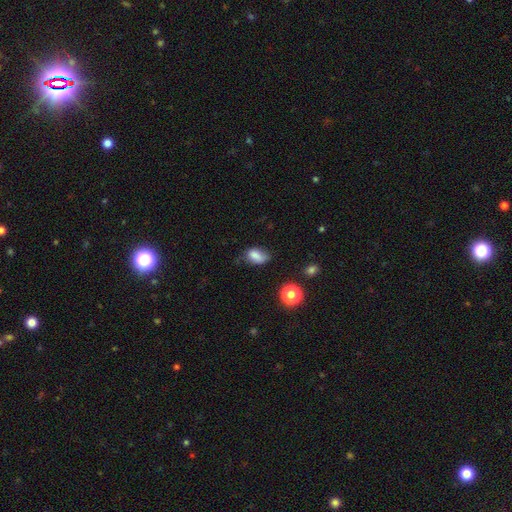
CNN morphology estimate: smooth 79%, star or artifact 11%, featured or disk 10%. Down the decision tree: how rounded — in between (82%); merging — none (50%).